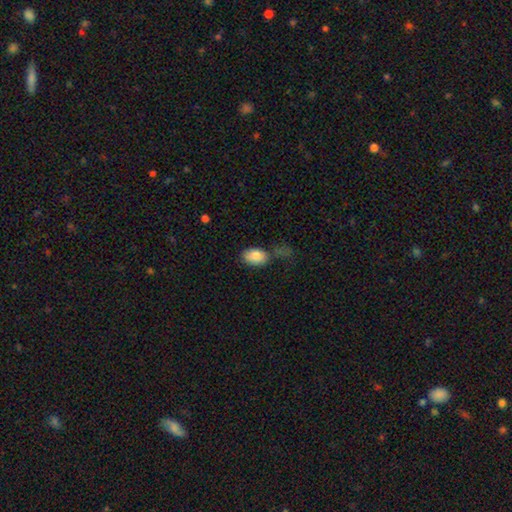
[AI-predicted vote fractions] This appears to be a smooth galaxy with no disk features (85%) that is in between round and cigar-shaped (89%). Merging: none (57%).